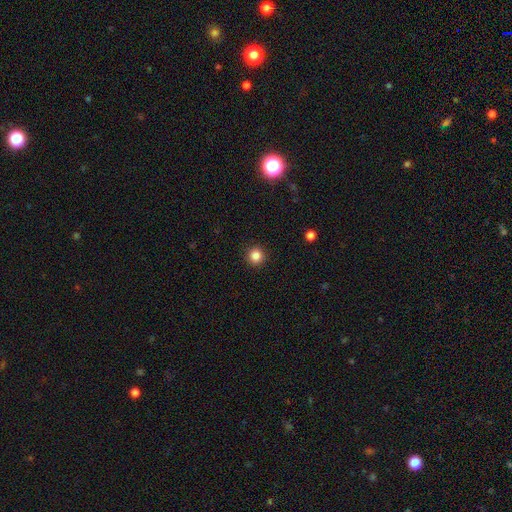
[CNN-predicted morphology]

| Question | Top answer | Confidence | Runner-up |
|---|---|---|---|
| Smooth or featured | smooth | 84% | star or artifact (12%) |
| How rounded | round | 95% | in between (4%) |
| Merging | none | 93% | minor disturbance (5%) |